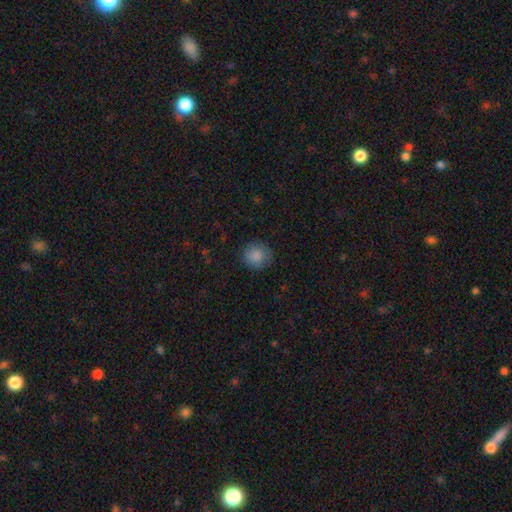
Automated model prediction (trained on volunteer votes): Smooth or featured? Predicted: smooth (p=0.87). How rounded? Predicted: round (p=0.93). Merging? Predicted: none (p=0.87).